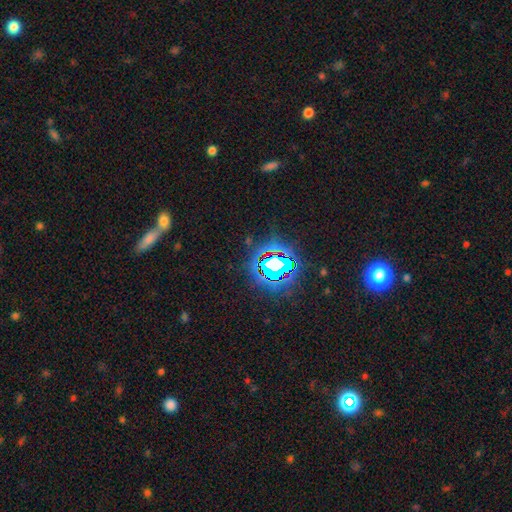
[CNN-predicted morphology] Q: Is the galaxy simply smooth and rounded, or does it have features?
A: star or artifact — 77%.